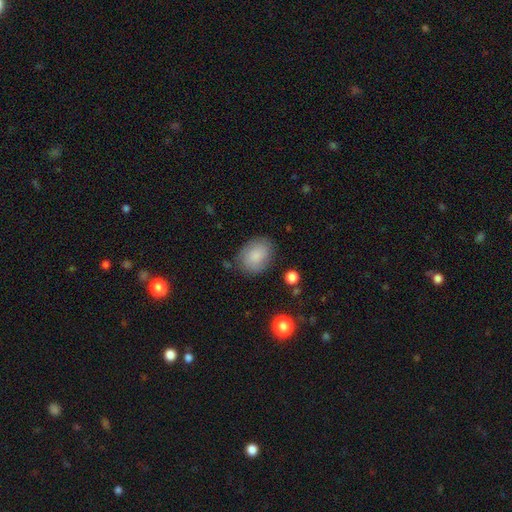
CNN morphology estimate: Smooth or featured? smooth (82%)
How rounded? in between (64%)
Merging? none (76%)